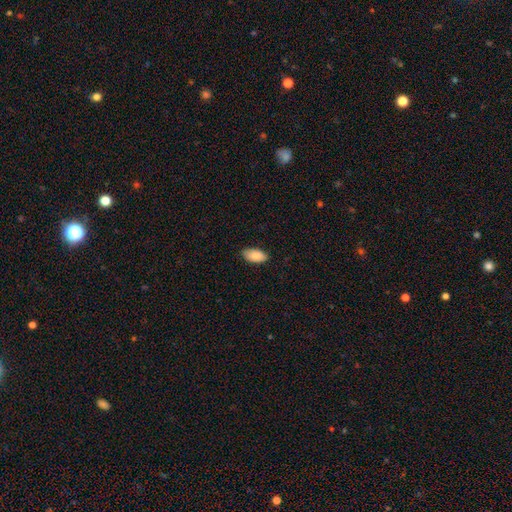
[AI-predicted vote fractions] Smooth or featured? smooth (88%)
How rounded? in between (94%)
Merging? none (86%)